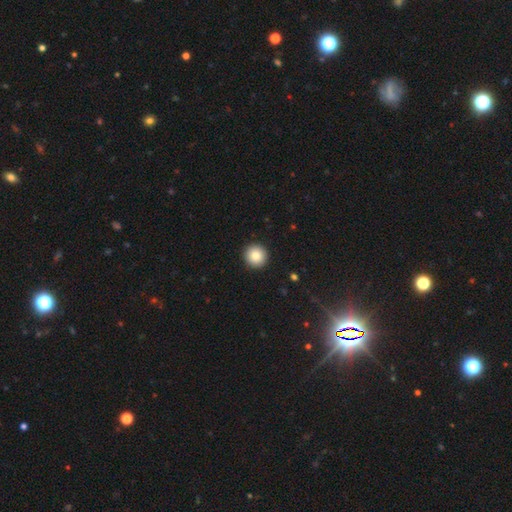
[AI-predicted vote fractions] This appears to be a smooth galaxy with no disk features (86%) that is round (96%). Merging: none (93%).